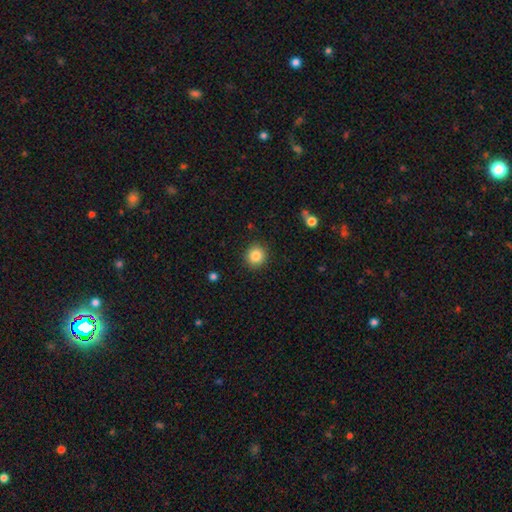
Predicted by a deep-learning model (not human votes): Q: Smooth or featured?
A: smooth (85%); runner-up: star or artifact (10%)
Q: How rounded?
A: round (91%); runner-up: in between (8%)
Q: Merging?
A: none (90%); runner-up: minor disturbance (6%)